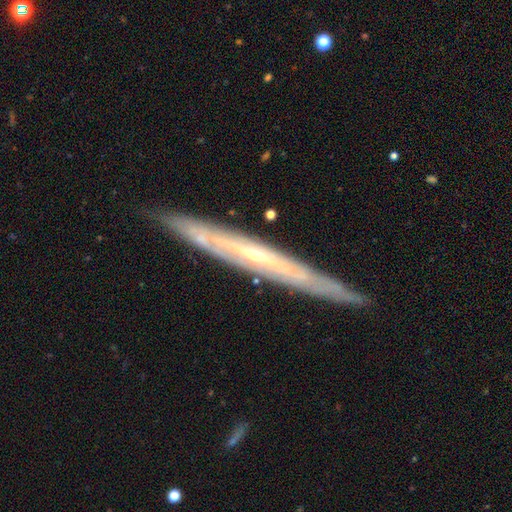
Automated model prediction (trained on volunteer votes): Overall: featured or disk (80%). Edge-on disk: yes (86%). Edge-on bulge: none (56%; rounded 40%). Merging: none (86%).